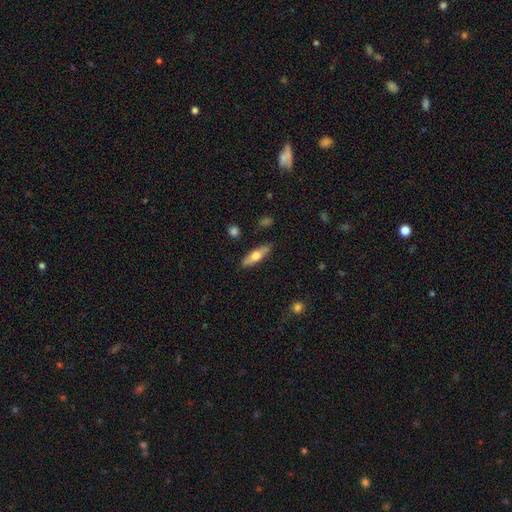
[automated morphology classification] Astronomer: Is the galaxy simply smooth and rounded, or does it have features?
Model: smooth — 58% (runner-up: featured or disk, 36%).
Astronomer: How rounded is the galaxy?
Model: cigar-shaped — 51% (runner-up: in between, 46%).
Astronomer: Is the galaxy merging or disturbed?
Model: none — 83%.